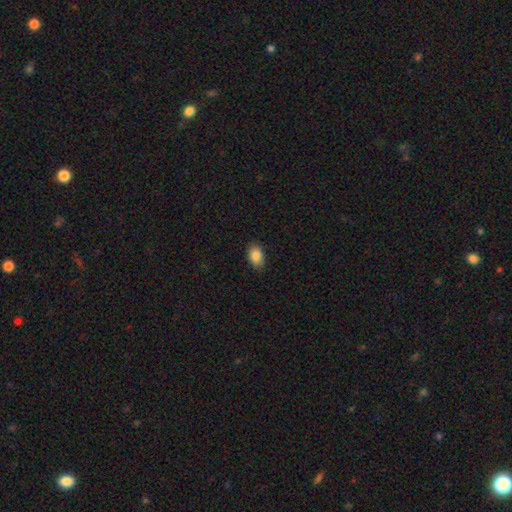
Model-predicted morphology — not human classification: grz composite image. It shows a smooth galaxy with no disk features (87%) that is in between round and cigar-shaped (88%). Merging: none (87%).